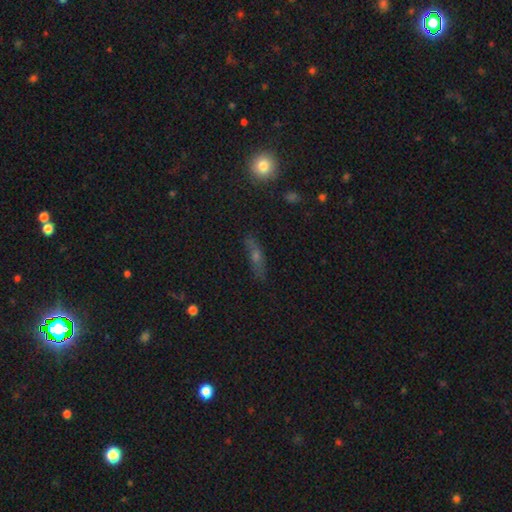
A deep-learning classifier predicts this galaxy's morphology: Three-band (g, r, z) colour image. It shows a featured or disk galaxy (40%, tied with smooth). Merging: none (74%).